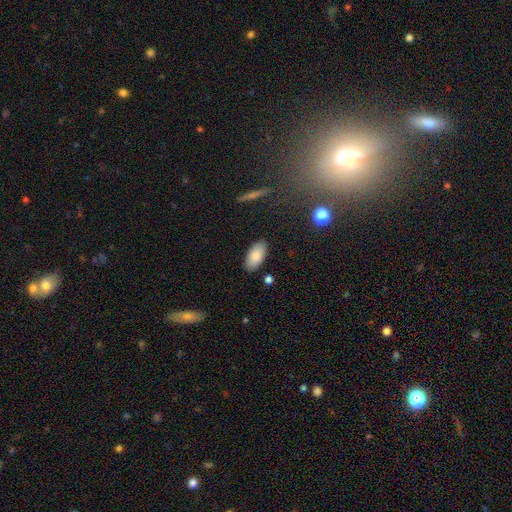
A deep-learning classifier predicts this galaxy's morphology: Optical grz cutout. It shows a smooth galaxy with no disk features (86%) that is in between round and cigar-shaped (93%). Merging: none (86%).